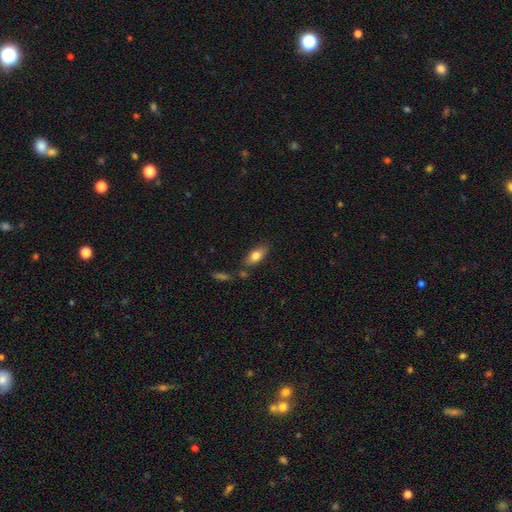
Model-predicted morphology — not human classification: A smooth galaxy with no disk features (77%) that is in between round and cigar-shaped (83%). Merging: none (74%).